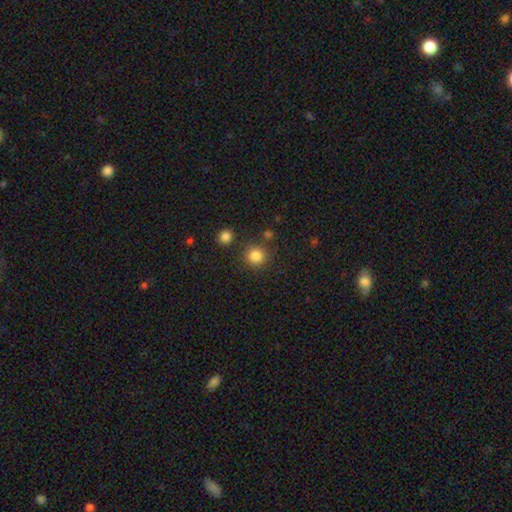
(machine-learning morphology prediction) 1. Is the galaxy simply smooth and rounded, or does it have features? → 84% smooth, 11% star or artifact, 4% featured or disk.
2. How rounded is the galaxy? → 93% round, 6% in between, 1% cigar-shaped.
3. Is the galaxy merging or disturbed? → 83% none, 8% minor disturbance, 6% merger, 3% major disturbance.